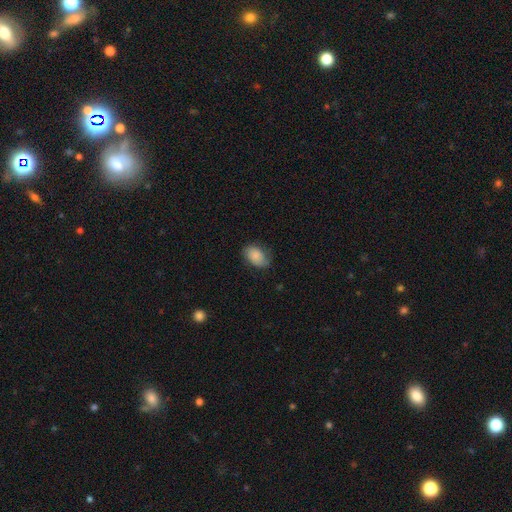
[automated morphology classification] smooth-or-featured: smooth: 82% | featured or disk: 11% | star or artifact: 7%
  how-rounded: in between: 85% | round: 14% | cigar-shaped: 1%
  merging: none: 68% | minor disturbance: 24% | major disturbance: 6% | merger: 1%